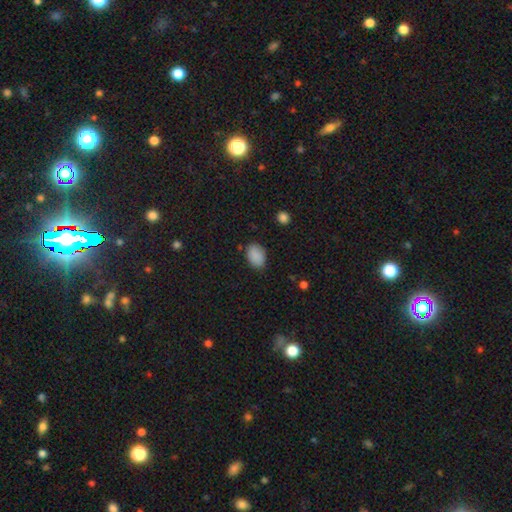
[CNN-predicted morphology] A smooth galaxy with no disk features (87%) that is in between round and cigar-shaped (84%).

Vote fractions:
- Smooth or featured? smooth: 87% / star or artifact: 8% / featured or disk: 4%
- How rounded? in between: 84% / round: 15% / cigar-shaped: 1%
- Merging? none: 79% / minor disturbance: 17% / major disturbance: 3% / merger: 1%